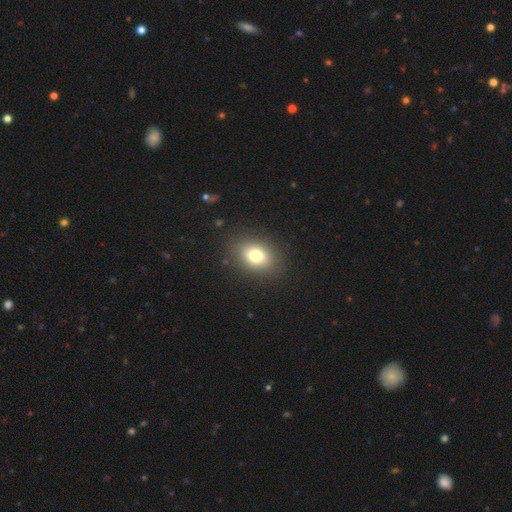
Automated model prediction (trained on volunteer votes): This is likely a smooth galaxy (77%). How rounded: likely in between (73%). Merging: clearly none (85%).